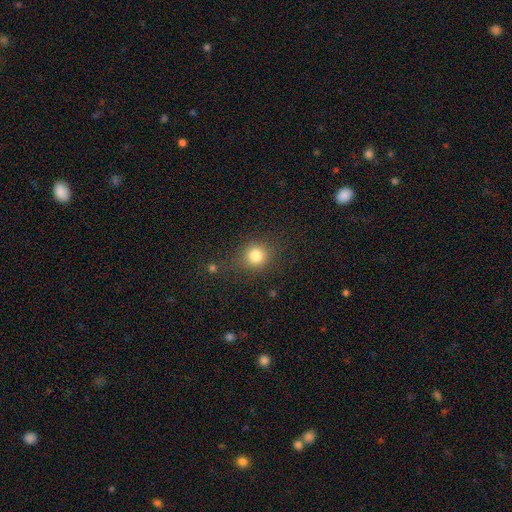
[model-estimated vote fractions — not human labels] Smooth or featured?
  - smooth: 81% *
  - star or artifact: 13%
  - featured or disk: 6%
How rounded?
  - round: 87% *
  - in between: 12%
  - cigar-shaped: 1%
Merging?
  - none: 75% *
  - minor disturbance: 13%
  - major disturbance: 6%
  - merger: 5%